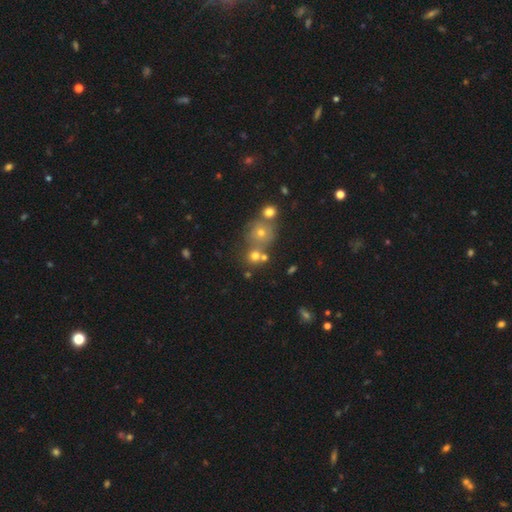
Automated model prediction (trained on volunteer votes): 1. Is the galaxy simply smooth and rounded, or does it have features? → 63% smooth, 21% star or artifact, 16% featured or disk.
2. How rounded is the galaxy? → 85% round, 14% in between, 1% cigar-shaped.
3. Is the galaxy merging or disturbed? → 55% none, 31% merger, 9% minor disturbance, 5% major disturbance.